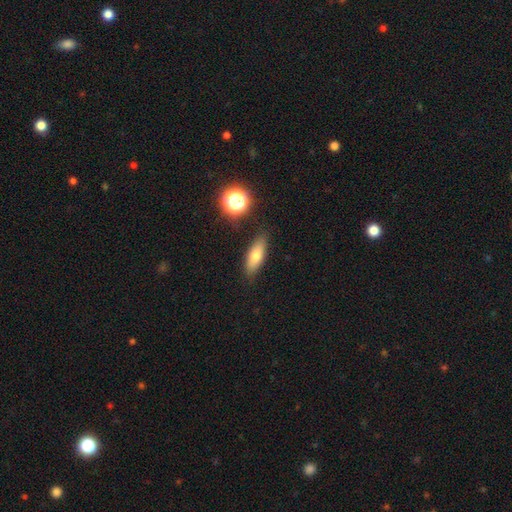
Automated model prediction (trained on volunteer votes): Q: Smooth or featured?
A: smooth (70%); runner-up: featured or disk (20%)
Q: How rounded?
A: in between (61%); runner-up: cigar-shaped (34%)
Q: Merging?
A: none (84%); runner-up: minor disturbance (11%)